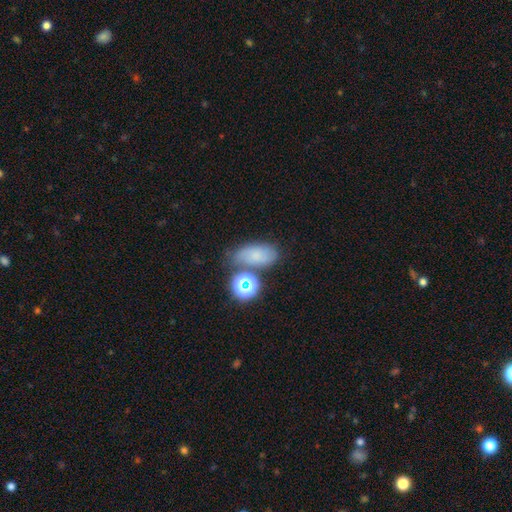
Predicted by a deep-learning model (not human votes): Smooth or featured? Predicted: smooth (p=0.60). How rounded? Predicted: in between (p=0.81). Merging? Predicted: none (p=0.56).